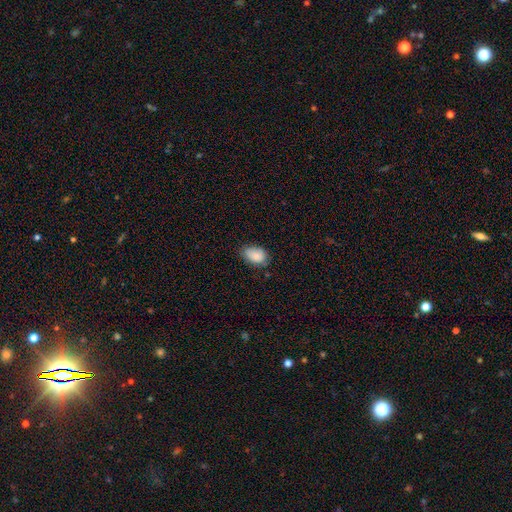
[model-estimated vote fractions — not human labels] Overall: smooth (86%). How rounded: in between (89%). Merging: none (69%).